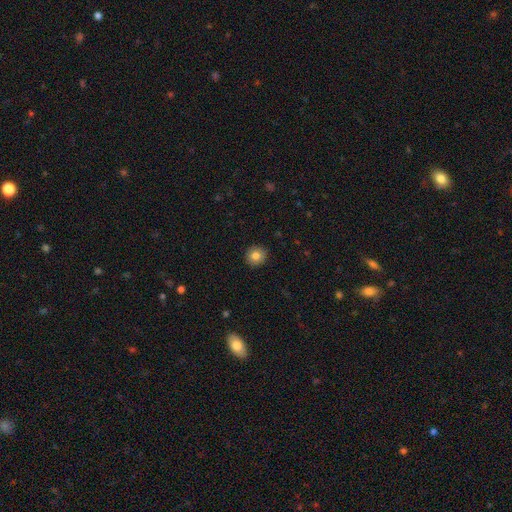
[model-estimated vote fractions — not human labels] This appears to be a smooth galaxy with no disk features (83%) that is round (88%). Merging: none (91%).